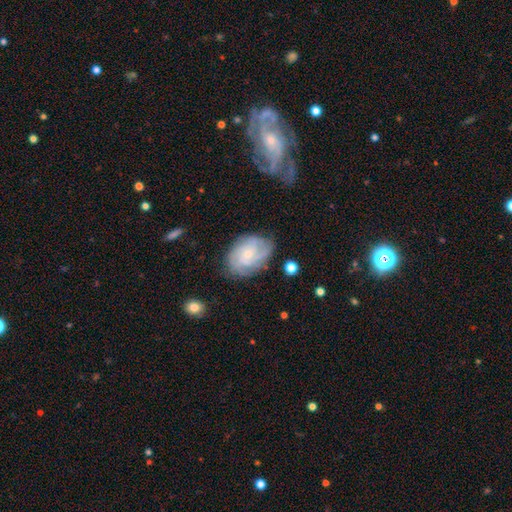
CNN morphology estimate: type=featured or disk (67%); edge-on=no (97%); bar=no (72%); spiral arms=yes (90%); winding=tight (55%); arm count=can't tell (39%); bulge=small (69%); merging=none (73%).